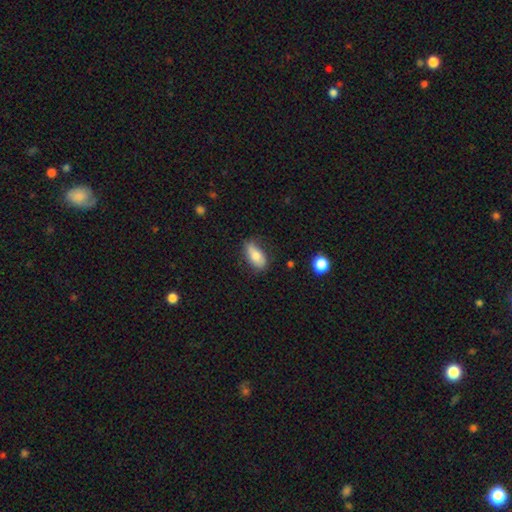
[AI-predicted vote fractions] Overall: smooth (76%). How rounded: in between (88%). Merging: none (67%).